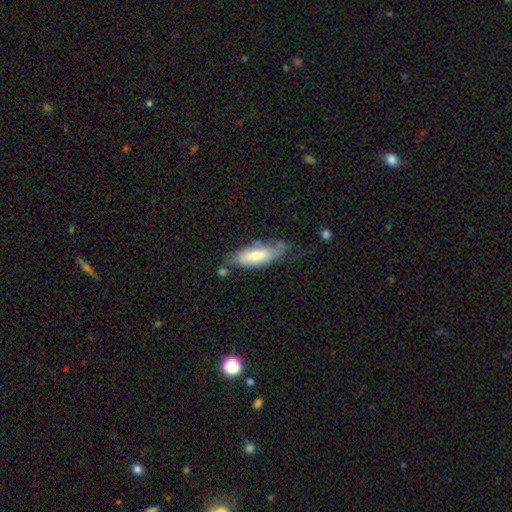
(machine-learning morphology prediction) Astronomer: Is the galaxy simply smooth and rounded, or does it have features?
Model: smooth — 64%.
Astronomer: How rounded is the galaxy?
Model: in between — 69%.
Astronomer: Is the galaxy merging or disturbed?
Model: none — 43% (runner-up: minor disturbance, 33%).